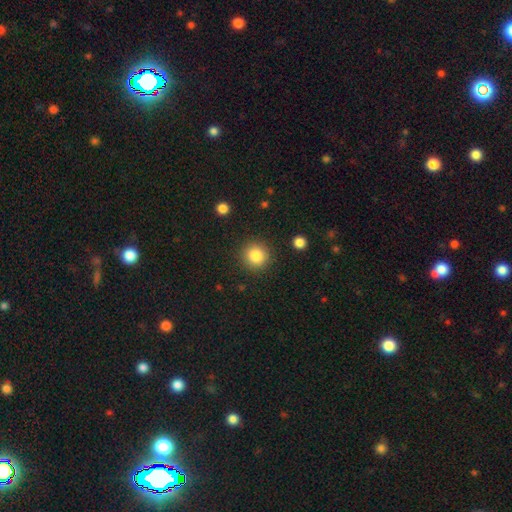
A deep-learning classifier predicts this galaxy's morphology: Q: Smooth or featured?
A: smooth (84%); runner-up: star or artifact (10%)
Q: How rounded?
A: round (93%); runner-up: in between (6%)
Q: Merging?
A: none (89%); runner-up: minor disturbance (7%)